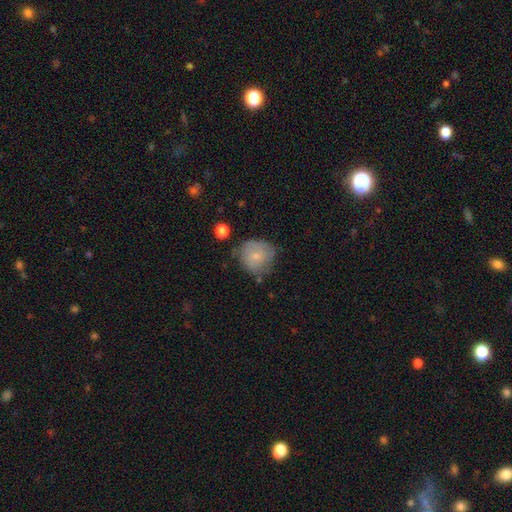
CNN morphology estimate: Smooth or featured? smooth (68%)
How rounded? round (86%)
Merging? none (59%)